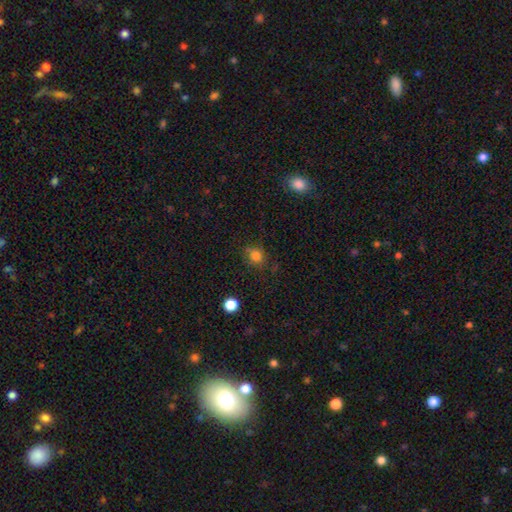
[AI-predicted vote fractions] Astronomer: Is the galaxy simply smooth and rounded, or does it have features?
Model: smooth — 79%.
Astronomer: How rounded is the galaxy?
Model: round — 70%.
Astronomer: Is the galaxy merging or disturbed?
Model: none — 76%.